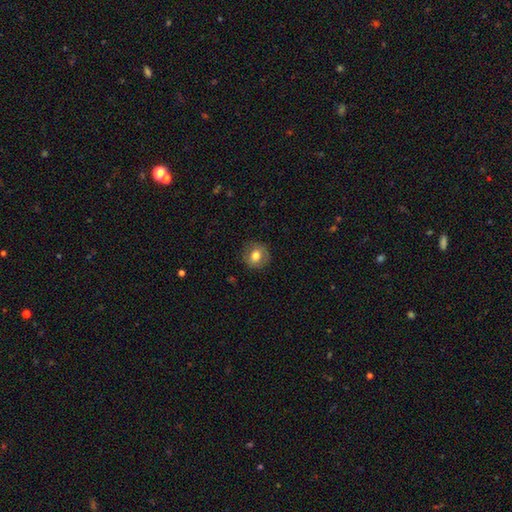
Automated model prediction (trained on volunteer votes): Smooth or featured?
  - smooth: 72% *
  - featured or disk: 20%
  - star or artifact: 9%
How rounded?
  - round: 81% *
  - in between: 18%
  - cigar-shaped: 1%
Merging?
  - none: 82% *
  - minor disturbance: 12%
  - major disturbance: 4%
  - merger: 1%